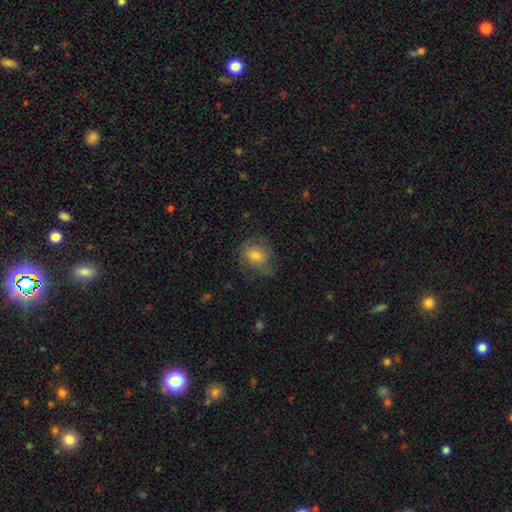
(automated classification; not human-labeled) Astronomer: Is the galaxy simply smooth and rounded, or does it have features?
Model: smooth — 65%.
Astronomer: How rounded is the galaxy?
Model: round — 63%.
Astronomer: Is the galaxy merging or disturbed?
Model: none — 63%.